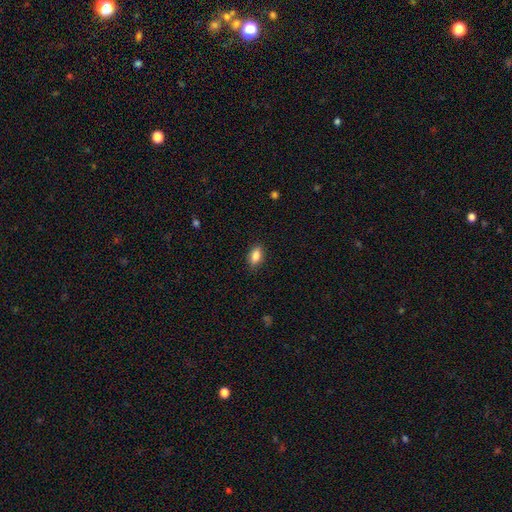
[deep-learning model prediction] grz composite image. It shows a smooth galaxy with no disk features (85%) that is in between round and cigar-shaped (87%). Merging: none (87%).